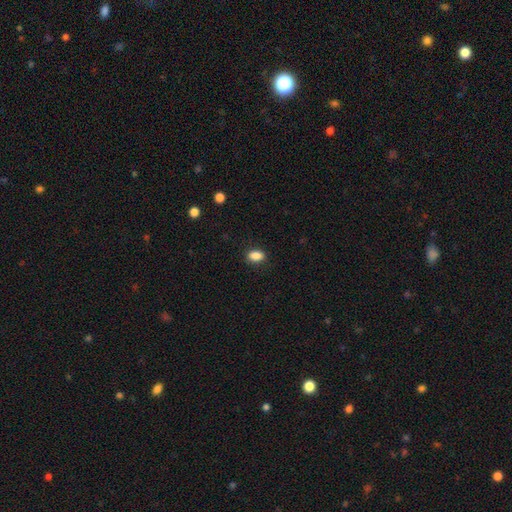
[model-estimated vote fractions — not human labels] A smooth galaxy with no disk features (88%) that is in between round and cigar-shaped (85%).

Vote fractions:
- Smooth or featured? smooth: 88% / star or artifact: 9% / featured or disk: 3%
- How rounded? in between: 85% / round: 12% / cigar-shaped: 3%
- Merging? none: 86% / minor disturbance: 10% / major disturbance: 2% / merger: 1%